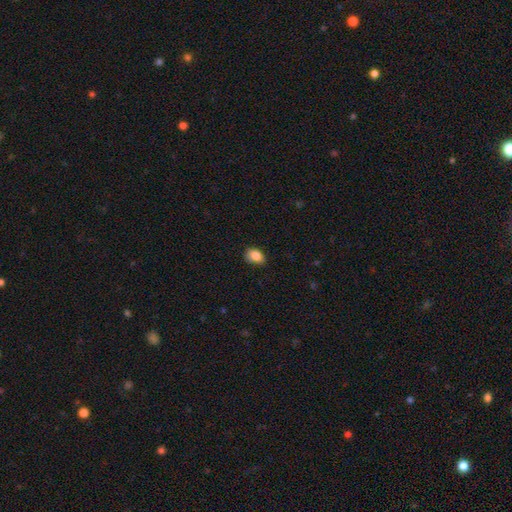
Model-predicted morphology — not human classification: Smooth or featured? smooth (85%)
How rounded? in between (79%)
Merging? none (72%)